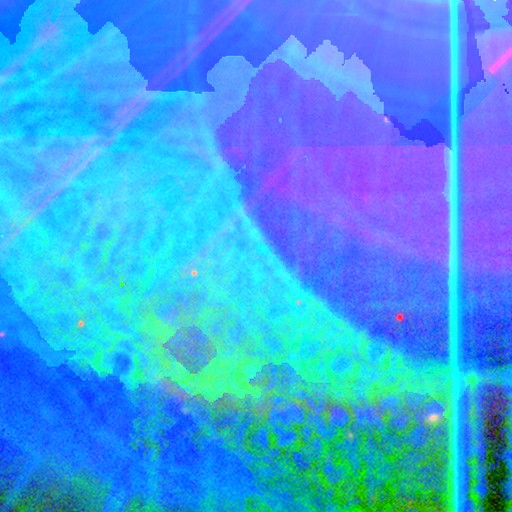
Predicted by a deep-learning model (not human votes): This appears to be a star or artifact, not a galaxy (85%).